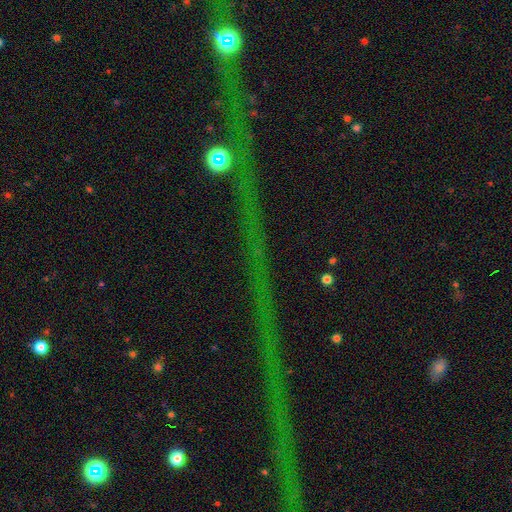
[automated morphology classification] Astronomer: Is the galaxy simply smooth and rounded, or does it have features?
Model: star or artifact — 72%.